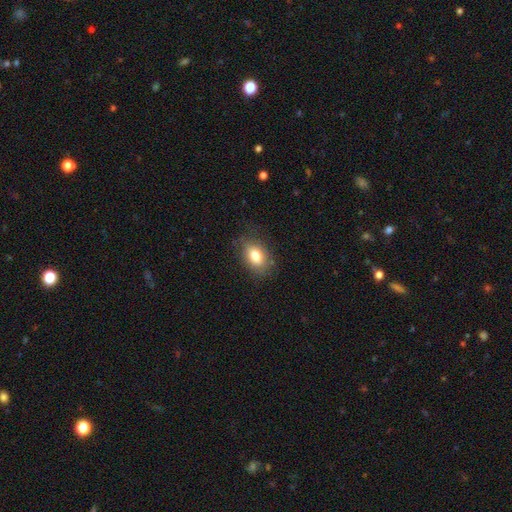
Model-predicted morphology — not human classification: Smooth or featured: smooth — 78% (featured or disk — 13%)
How rounded: in between — 82% (round — 16%)
Merging: none — 76% (minor disturbance — 18%)